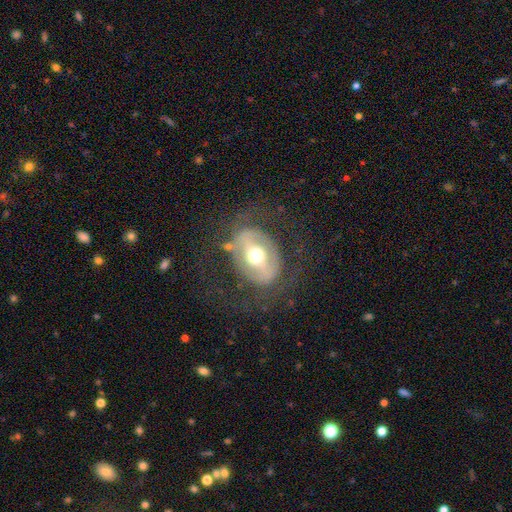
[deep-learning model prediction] Q: Smooth or featured?
A: featured or disk (66%); runner-up: smooth (27%)
Q: Edge-on disk?
A: no (92%); runner-up: yes (8%)
Q: Bar?
A: strong (46%); runner-up: weak (28%)
Q: Spiral arms?
A: no (65%); runner-up: yes (35%)
Q: Bulge size?
A: moderate (70%); runner-up: large (20%)
Q: Merging?
A: none (68%); runner-up: minor disturbance (15%)